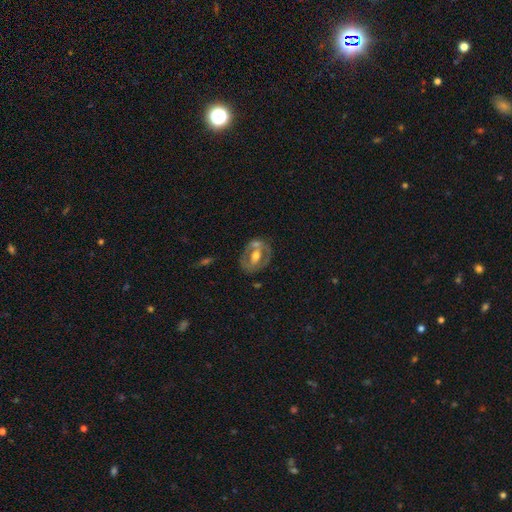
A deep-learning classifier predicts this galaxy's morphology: Q: Smooth or featured?
A: featured or disk (65%); runner-up: smooth (28%)
Q: Edge-on disk?
A: no (93%); runner-up: yes (7%)
Q: Bar?
A: no (45%); runner-up: weak (32%)
Q: Spiral arms?
A: no (70%); runner-up: yes (30%)
Q: Bulge size?
A: moderate (73%); runner-up: small (13%)
Q: Merging?
A: none (60%); runner-up: minor disturbance (18%)